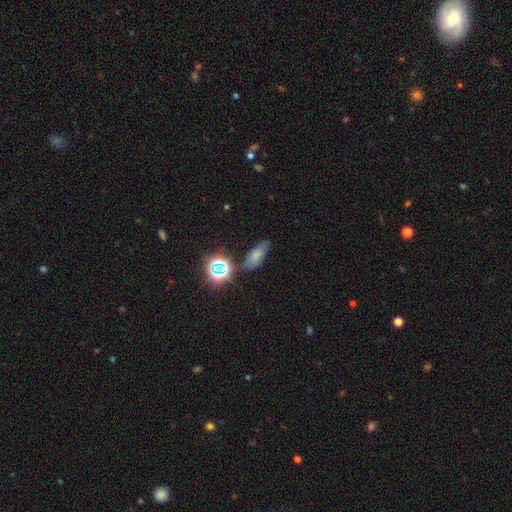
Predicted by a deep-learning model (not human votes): Smooth or featured?
  - smooth: 61% *
  - star or artifact: 23%
  - featured or disk: 16%
How rounded?
  - in between: 77% *
  - cigar-shaped: 15%
  - round: 8%
Merging?
  - none: 68% *
  - minor disturbance: 19%
  - merger: 7%
  - major disturbance: 6%